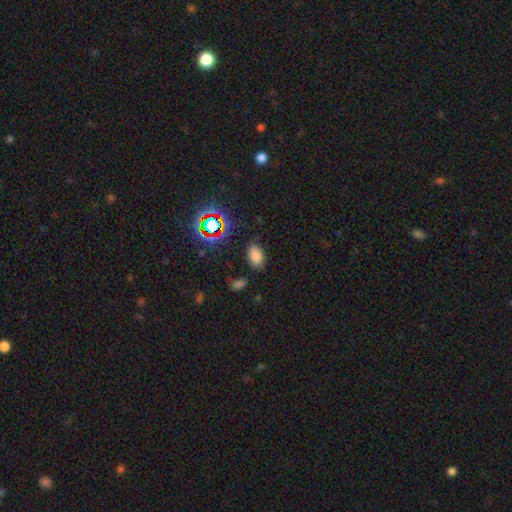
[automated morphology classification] This appears to be a smooth galaxy with no disk features (75%) that is in between round and cigar-shaped (91%). Merging: none (80%).